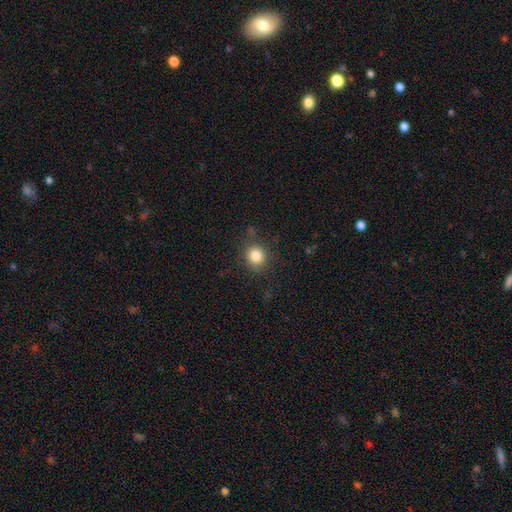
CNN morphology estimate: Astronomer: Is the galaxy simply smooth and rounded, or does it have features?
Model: smooth — 84%.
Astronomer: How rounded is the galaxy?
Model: round — 82%.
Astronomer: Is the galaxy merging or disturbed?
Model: none — 82%.